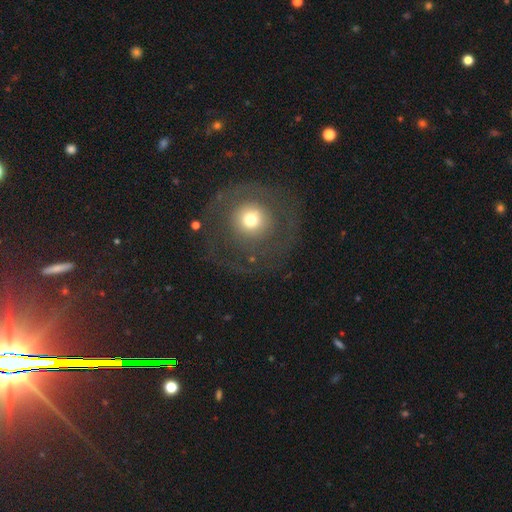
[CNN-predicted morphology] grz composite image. It shows a featured or disk galaxy (52%). Merging: none (81%).